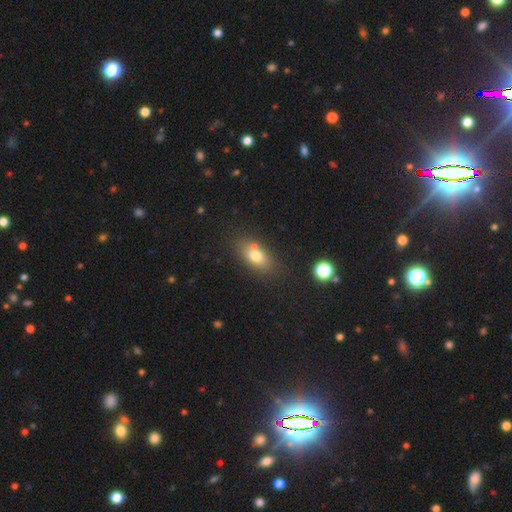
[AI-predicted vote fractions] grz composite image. It shows a smooth galaxy with no disk features (73%) that is in between round and cigar-shaped (80%). Merging: none (66%).